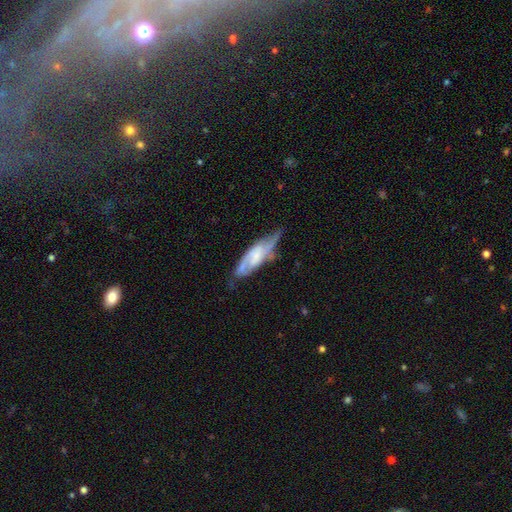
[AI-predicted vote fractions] The model was most divided on "merging": none: 47%, minor disturbance: 33%, major disturbance: 16%, merger: 4%. More confident: edge-on disk — no (73%); smooth or featured — featured or disk (66%).